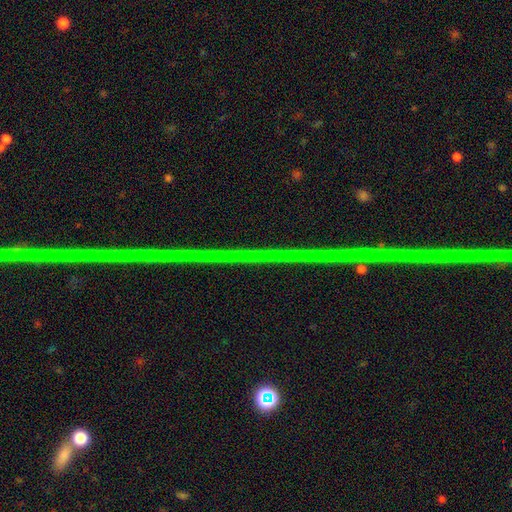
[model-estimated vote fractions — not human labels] This is clearly a star or artifact rather than a galaxy (87%).